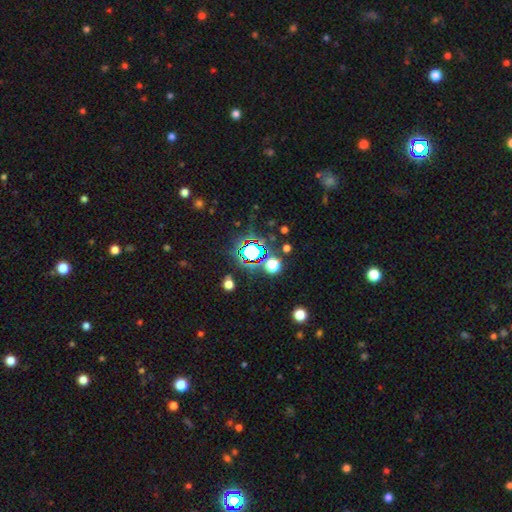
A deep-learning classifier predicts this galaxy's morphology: Q: Smooth or featured?
A: star or artifact (74%); runner-up: smooth (17%)